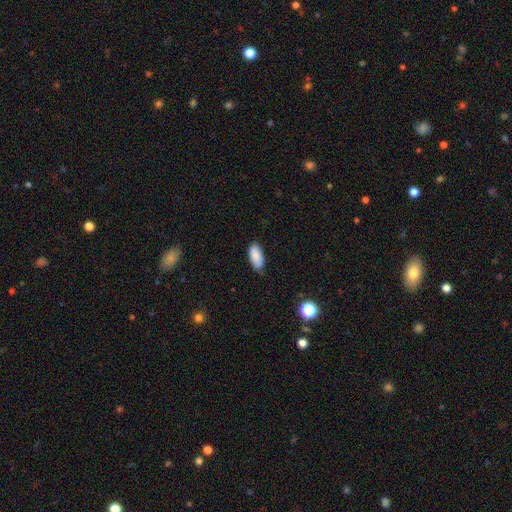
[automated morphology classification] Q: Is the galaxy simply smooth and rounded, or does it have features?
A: smooth — 88%.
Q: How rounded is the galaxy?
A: in between — 89%.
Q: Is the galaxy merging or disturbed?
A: none — 76%.